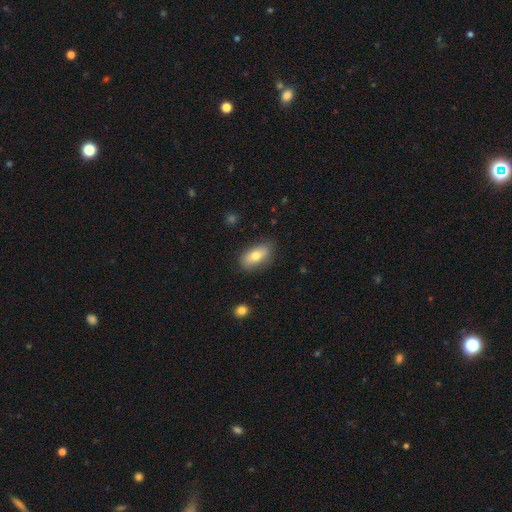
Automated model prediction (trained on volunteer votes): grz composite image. It shows a smooth galaxy with no disk features (74%) that is in between round and cigar-shaped (88%). Merging: none (80%).